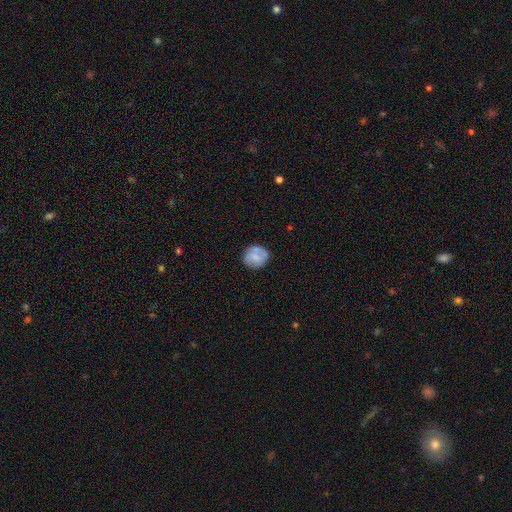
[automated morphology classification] Smooth or featured: smooth — 64% (featured or disk — 29%)
How rounded: round — 80% (in between — 19%)
Merging: none — 68% (minor disturbance — 20%)